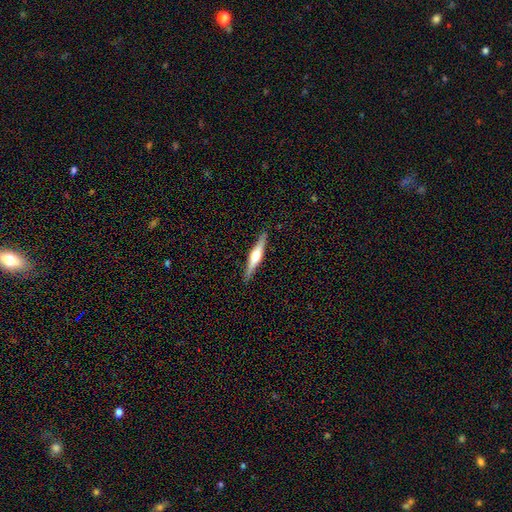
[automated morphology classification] Smooth or featured? Predicted: featured or disk (p=0.71). Edge-on disk? Predicted: yes (p=0.98). Edge-on bulge? Predicted: rounded (p=0.90). Merging? Predicted: none (p=0.91).